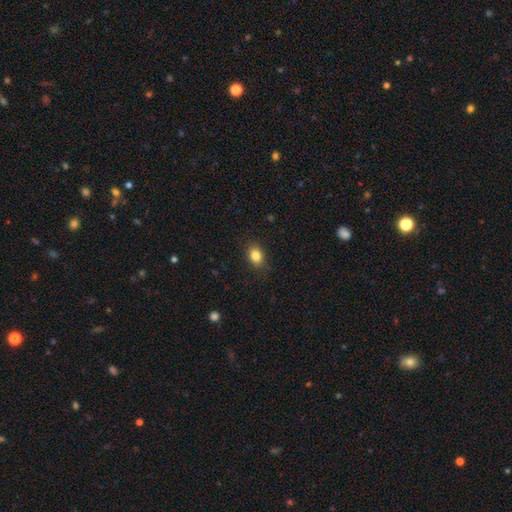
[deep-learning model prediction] smooth_or_featured: smooth (p=0.84) [alt: star or artifact p=0.10]
how_rounded: in between (p=0.62) [alt: round p=0.36]
merging: none (p=0.86) [alt: minor disturbance p=0.10]